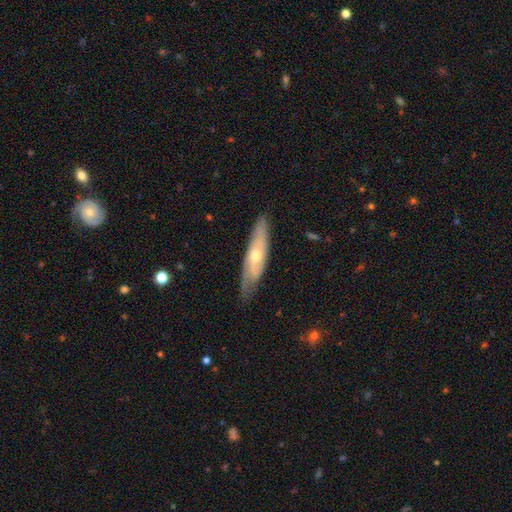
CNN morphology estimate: This appears to be a featured or disk galaxy (65%). Merging: none (72%).